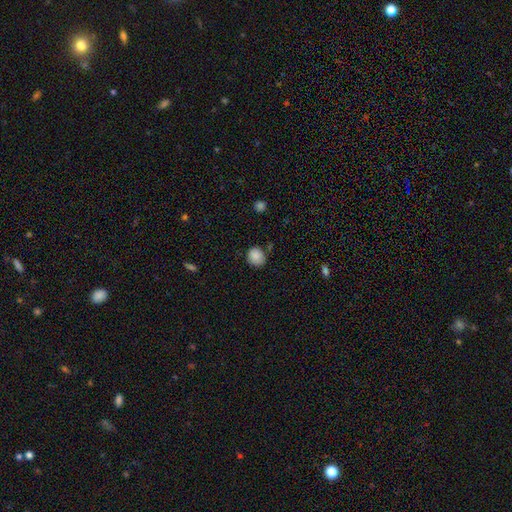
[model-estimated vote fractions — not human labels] Overall: smooth (87%). How rounded: round (82%). Merging: none (74%).